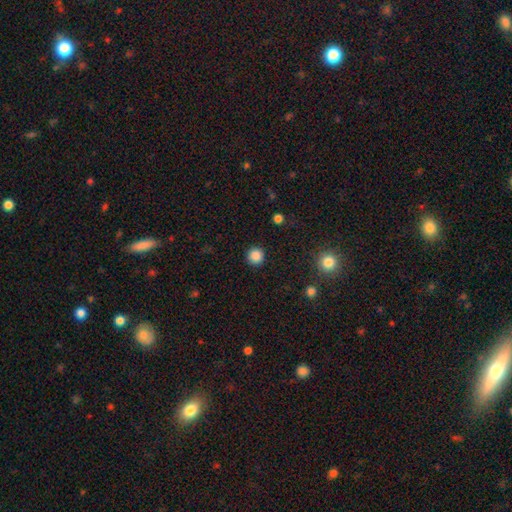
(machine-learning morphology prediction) This appears to be a smooth galaxy with no disk features (86%) that is round (94%). Merging: none (91%).